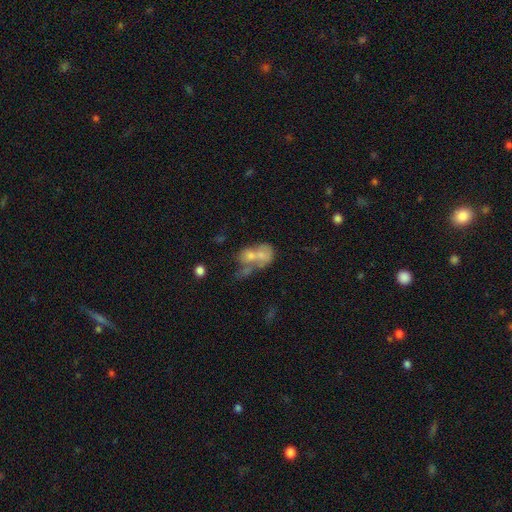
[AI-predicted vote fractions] Morphology: type=smooth (51%); roundness=in between (70%); merging=merger (65%).